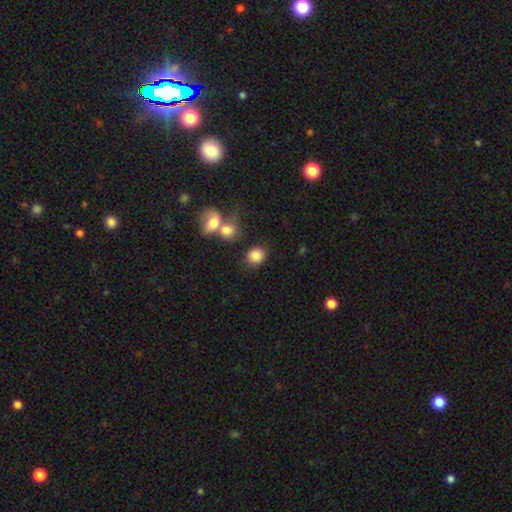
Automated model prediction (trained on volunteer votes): This is clearly a smooth galaxy (84%). How rounded: likely round (70%). Merging: likely none (65%).